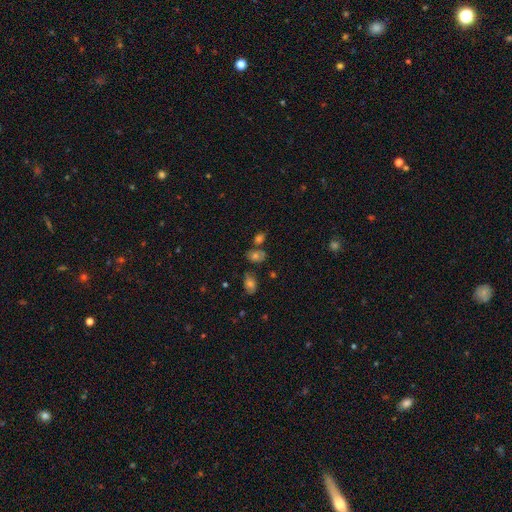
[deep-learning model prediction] smooth-or-featured: smooth: 65% | star or artifact: 20% | featured or disk: 15%
  how-rounded: in between: 54% | round: 44% | cigar-shaped: 2%
  merging: none: 53% | merger: 27% | minor disturbance: 14% | major disturbance: 7%